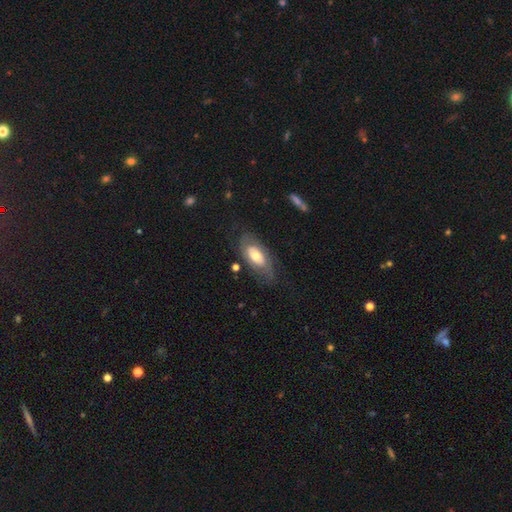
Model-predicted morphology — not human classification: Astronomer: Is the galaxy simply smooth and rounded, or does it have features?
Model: featured or disk — 56% (runner-up: smooth, 38%).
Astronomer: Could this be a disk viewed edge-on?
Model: no — 88%.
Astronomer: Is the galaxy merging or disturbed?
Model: none — 64%.